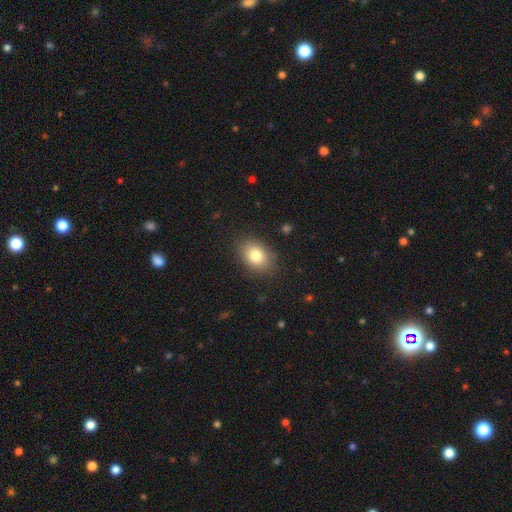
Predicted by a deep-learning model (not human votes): smooth-or-featured: smooth: 82% | featured or disk: 10% | star or artifact: 9%
  how-rounded: in between: 73% | round: 26% | cigar-shaped: 1%
  merging: none: 85% | minor disturbance: 11% | major disturbance: 3% | merger: 1%